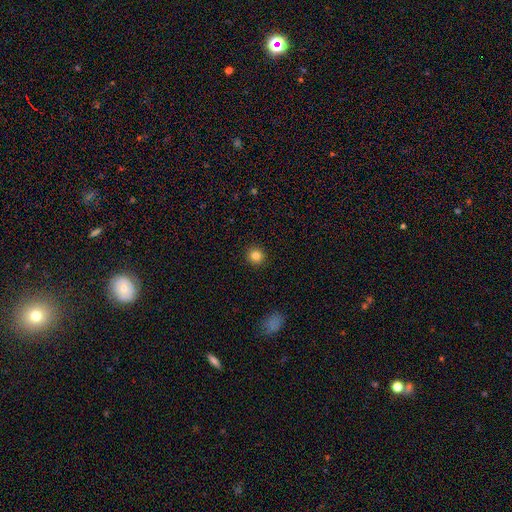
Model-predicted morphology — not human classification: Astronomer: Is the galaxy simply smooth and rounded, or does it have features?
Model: smooth — 84%.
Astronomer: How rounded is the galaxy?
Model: round — 93%.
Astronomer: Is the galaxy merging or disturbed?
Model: none — 93%.